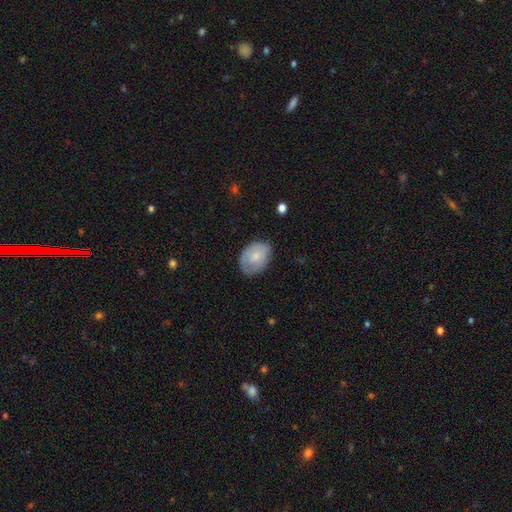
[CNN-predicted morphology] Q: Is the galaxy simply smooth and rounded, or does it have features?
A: smooth — 67%.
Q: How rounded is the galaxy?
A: in between — 75%.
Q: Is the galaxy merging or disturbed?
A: none — 71%.